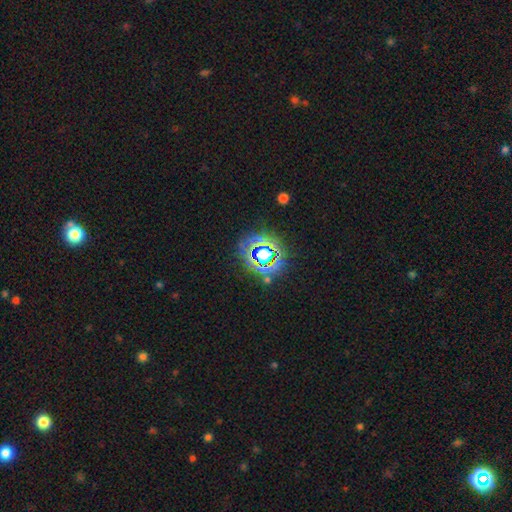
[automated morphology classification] type=star or artifact (69%).